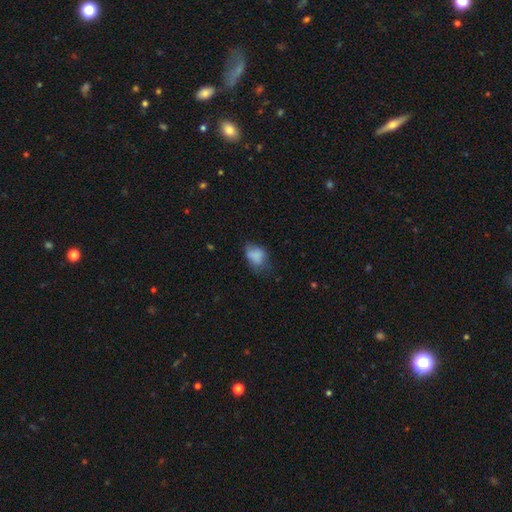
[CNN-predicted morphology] The model was most divided on "merging": none: 40%, minor disturbance: 37%, major disturbance: 20%, merger: 3%. More confident: smooth or featured — smooth (78%); how rounded — in between (78%).